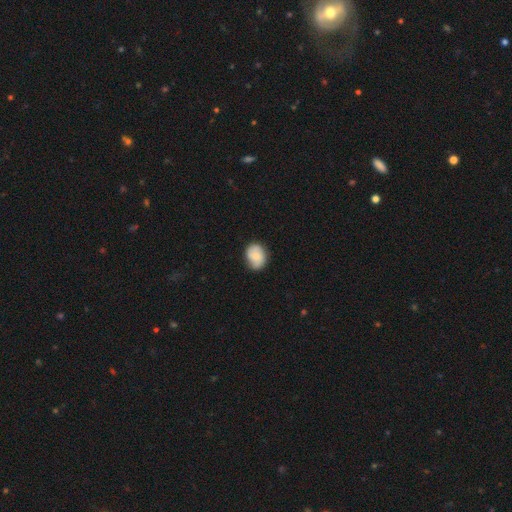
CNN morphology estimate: Smooth or featured: smooth — 67% (featured or disk — 26%)
How rounded: in between — 55% (round — 44%)
Merging: none — 74% (minor disturbance — 21%)